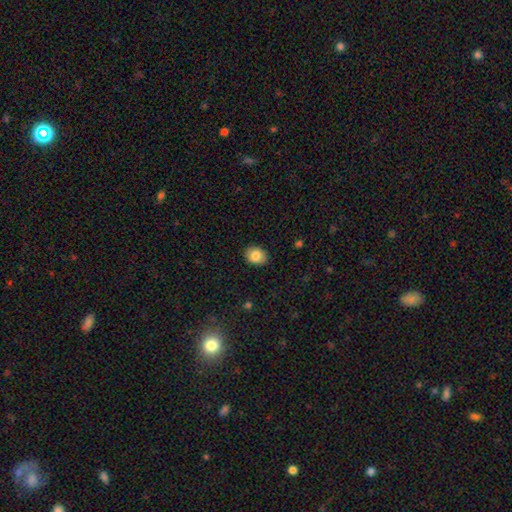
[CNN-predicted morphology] smooth_or_featured: smooth (p=0.85) [alt: star or artifact p=0.08]
how_rounded: in between (p=0.61) [alt: round p=0.38]
merging: none (p=0.89) [alt: minor disturbance p=0.08]